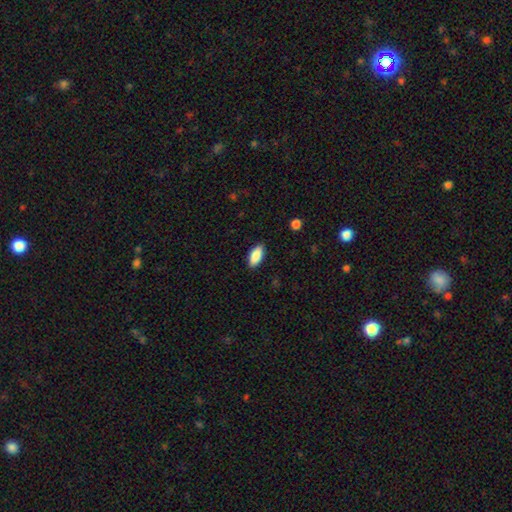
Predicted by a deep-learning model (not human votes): smooth 88%, star or artifact 6%, featured or disk 6%. Down the decision tree: how rounded — in between (88%); merging — none (88%).